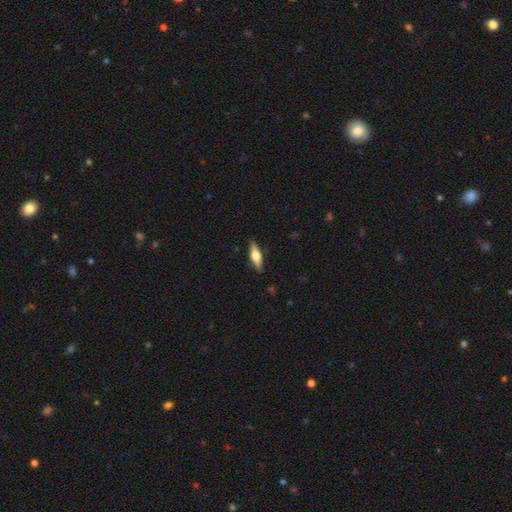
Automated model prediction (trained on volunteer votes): smooth 53%, featured or disk 40%, star or artifact 6%. Down the decision tree: how rounded — in between (52%); merging — none (88%).